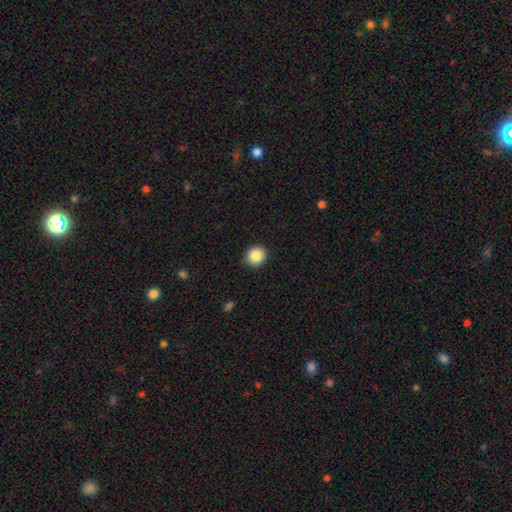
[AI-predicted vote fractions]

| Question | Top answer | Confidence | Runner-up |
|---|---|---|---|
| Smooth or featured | smooth | 86% | star or artifact (9%) |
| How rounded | round | 92% | in between (7%) |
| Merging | none | 92% | minor disturbance (6%) |